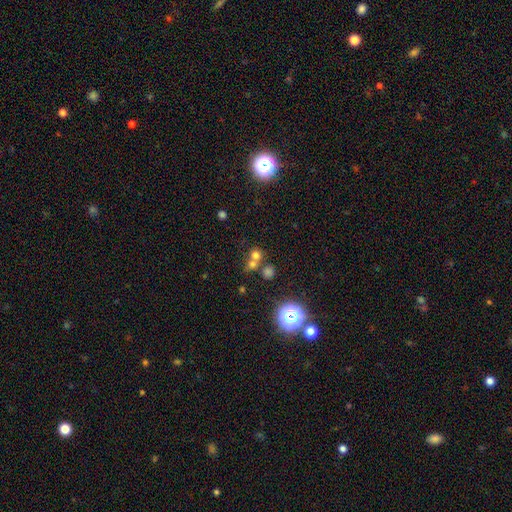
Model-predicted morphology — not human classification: Q: Smooth or featured?
A: smooth (63%); runner-up: star or artifact (25%)
Q: How rounded?
A: round (85%); runner-up: in between (14%)
Q: Merging?
A: none (46%); runner-up: merger (44%)